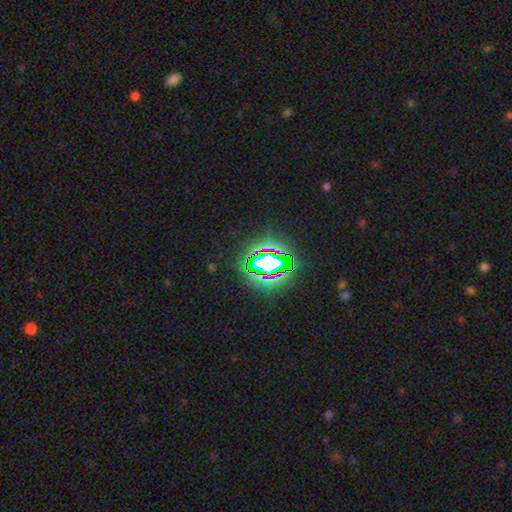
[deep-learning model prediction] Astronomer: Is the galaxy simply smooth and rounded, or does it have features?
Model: star or artifact — 70%.